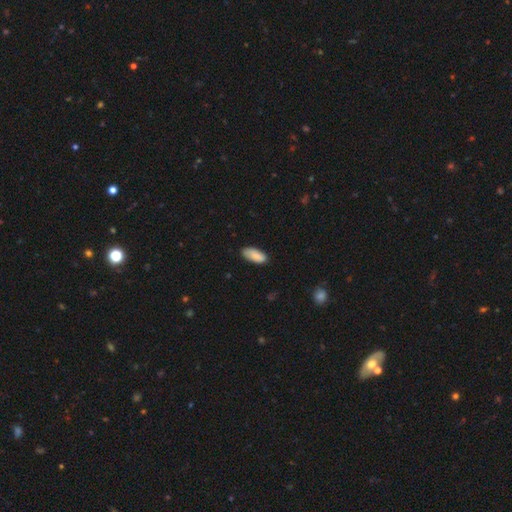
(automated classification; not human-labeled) The model was most divided on "merging": none: 80%, minor disturbance: 17%, major disturbance: 2%, merger: 1%. More confident: smooth or featured — smooth (88%); how rounded — in between (86%).